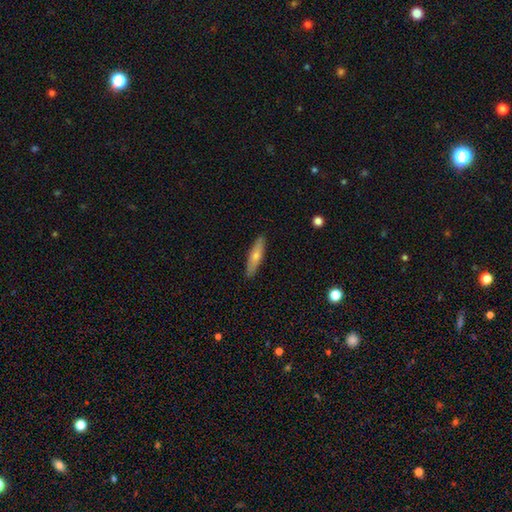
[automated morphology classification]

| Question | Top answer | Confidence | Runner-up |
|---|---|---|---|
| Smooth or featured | smooth | 67% | featured or disk (28%) |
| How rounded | cigar-shaped | 72% | in between (27%) |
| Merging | none | 88% | minor disturbance (9%) |